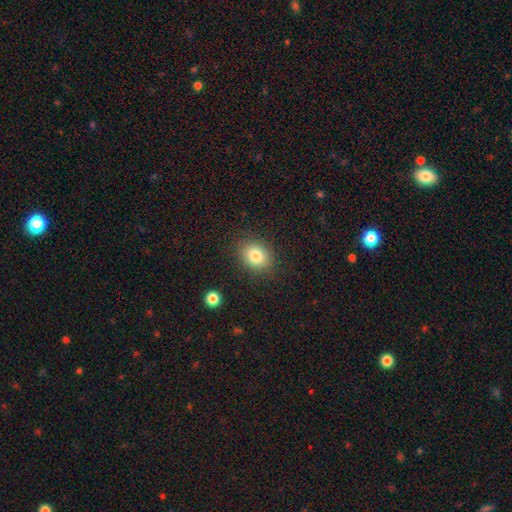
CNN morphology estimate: Q: Smooth or featured?
A: smooth (81%); runner-up: star or artifact (10%)
Q: How rounded?
A: round (52%); runner-up: in between (48%)
Q: Merging?
A: none (86%); runner-up: minor disturbance (9%)